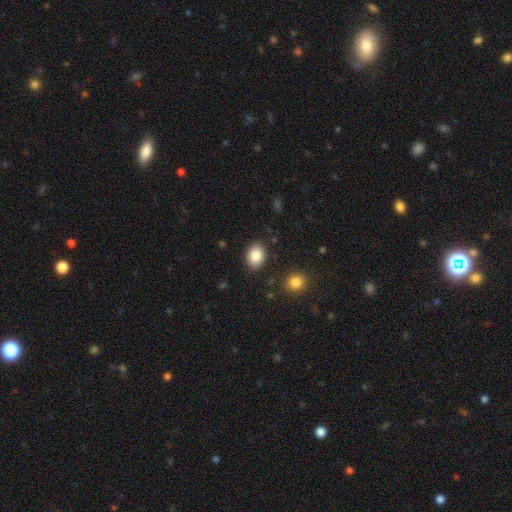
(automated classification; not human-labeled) Q: Smooth or featured?
A: smooth (85%); runner-up: star or artifact (8%)
Q: How rounded?
A: in between (70%); runner-up: round (29%)
Q: Merging?
A: none (87%); runner-up: minor disturbance (8%)